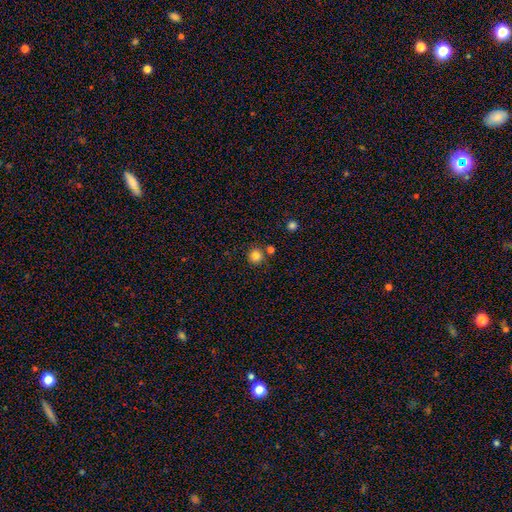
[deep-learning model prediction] Morphology: type=smooth (83%); roundness=round (94%); merging=none (81%).